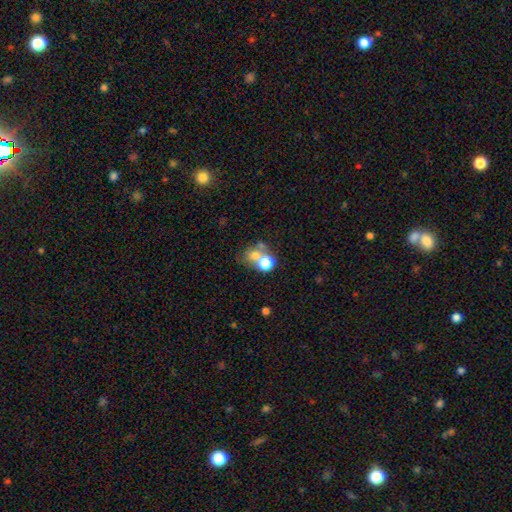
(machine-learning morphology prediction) Overall: smooth (67%). How rounded: round (71%). Merging: merger (50%; none 37%).